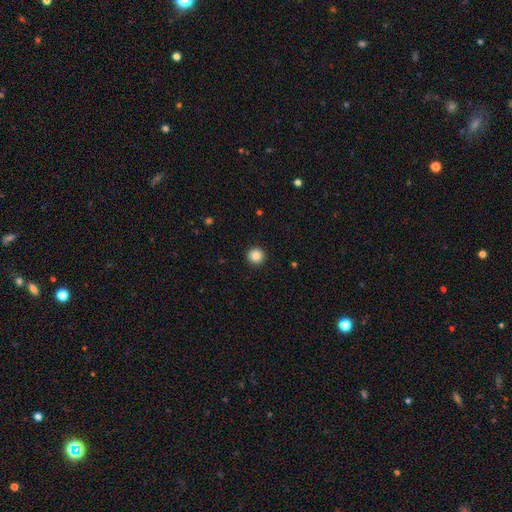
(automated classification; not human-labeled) smooth_or_featured: smooth (p=0.88) [alt: star or artifact p=0.10]
how_rounded: round (p=0.93) [alt: in between p=0.06]
merging: none (p=0.93) [alt: minor disturbance p=0.05]